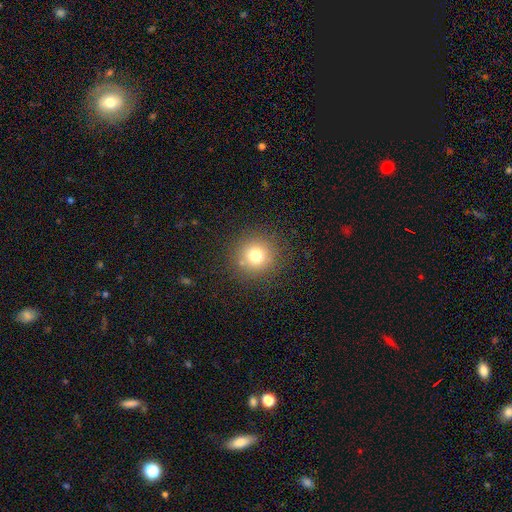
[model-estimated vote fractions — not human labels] Smooth or featured? smooth (75%)
How rounded? round (94%)
Merging? none (87%)